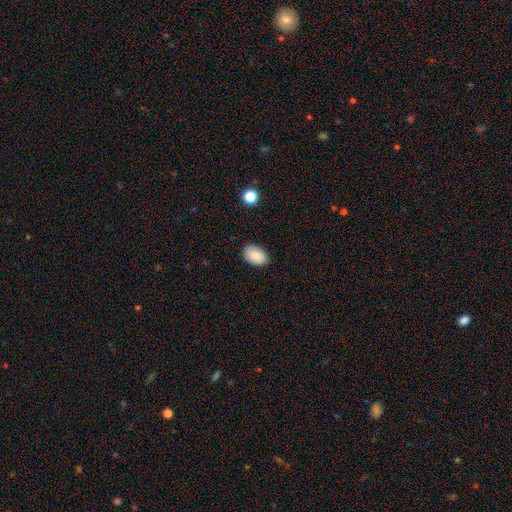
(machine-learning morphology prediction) The model was most divided on "merging": none: 87%, minor disturbance: 10%, major disturbance: 2%, merger: 1%. More confident: how rounded — in between (89%); smooth or featured — smooth (86%).